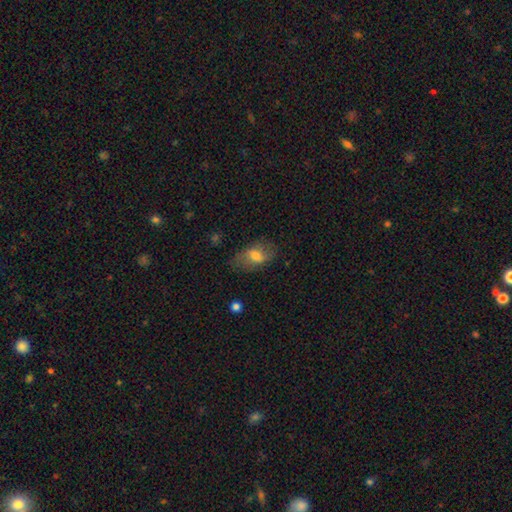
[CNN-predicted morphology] Overall: smooth (59%; featured or disk 33%). How rounded: in between (87%). Merging: none (70%).